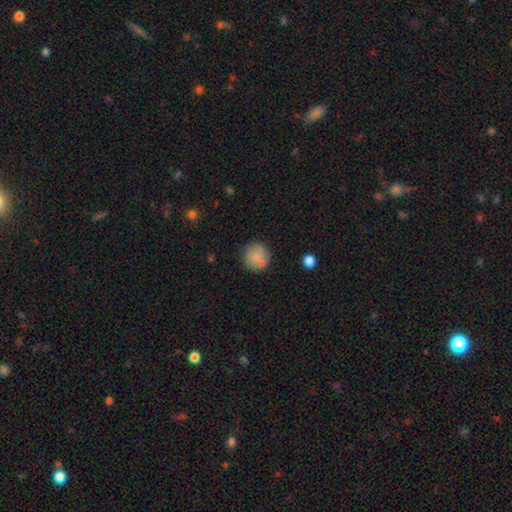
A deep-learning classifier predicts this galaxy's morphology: smooth-or-featured: smooth: 75% | featured or disk: 17% | star or artifact: 8%
  how-rounded: round: 93% | in between: 6% | cigar-shaped: 1%
  merging: none: 71% | minor disturbance: 14% | merger: 11% | major disturbance: 5%